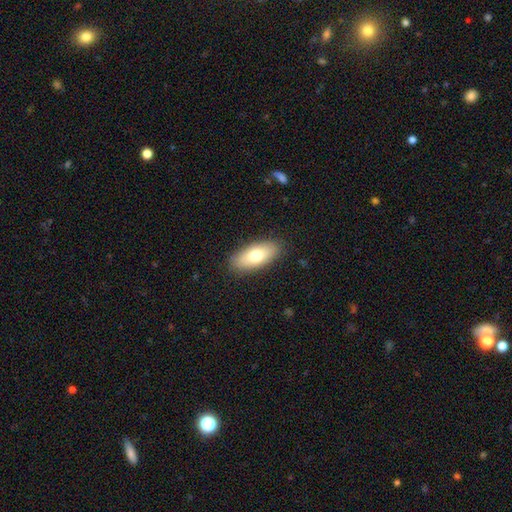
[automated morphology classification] Smooth or featured: smooth — 74% (featured or disk — 20%)
How rounded: in between — 85% (cigar-shaped — 12%)
Merging: none — 87% (minor disturbance — 10%)